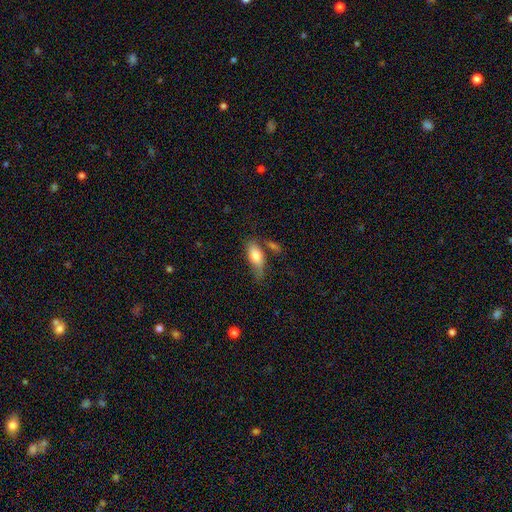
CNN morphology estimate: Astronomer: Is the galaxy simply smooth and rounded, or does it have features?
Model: smooth — 75%.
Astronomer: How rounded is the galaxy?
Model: in between — 80%.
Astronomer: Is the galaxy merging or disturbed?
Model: none — 53%.